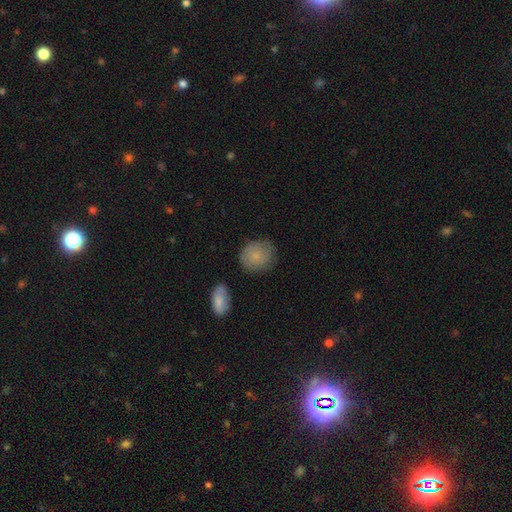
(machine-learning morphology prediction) This is likely a smooth galaxy (80%). How rounded: likely round (76%). Merging: likely none (73%).